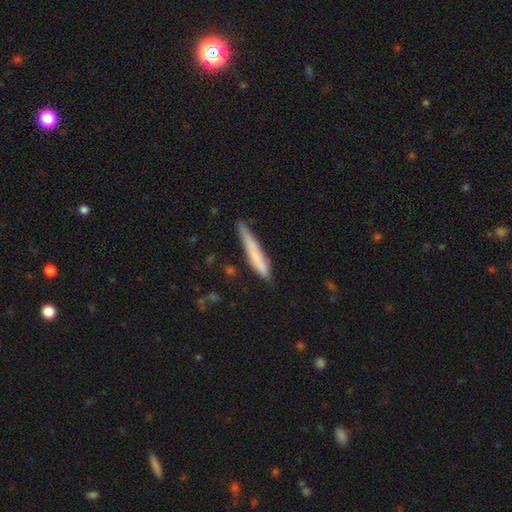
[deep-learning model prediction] Smooth or featured: smooth — 71% (featured or disk — 23%)
How rounded: cigar-shaped — 94% (in between — 5%)
Merging: none — 71% (minor disturbance — 22%)